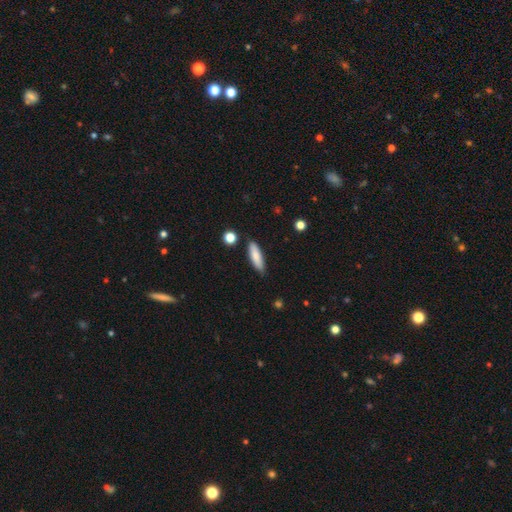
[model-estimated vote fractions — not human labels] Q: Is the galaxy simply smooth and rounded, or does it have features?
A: smooth — 81%.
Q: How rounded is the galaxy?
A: cigar-shaped — 61%.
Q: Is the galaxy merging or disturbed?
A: none — 84%.